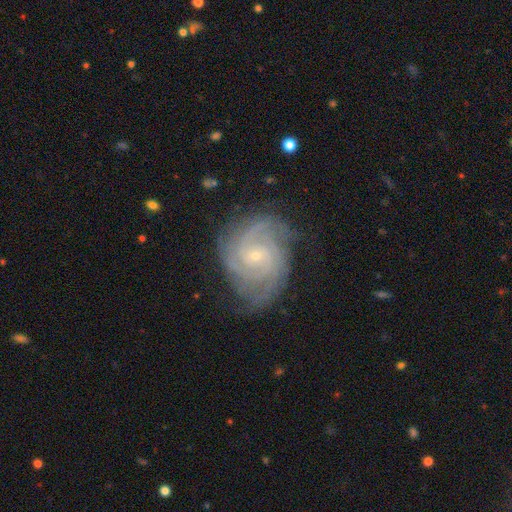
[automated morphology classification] Smooth or featured?
  - featured or disk: 89% *
  - star or artifact: 5%
  - smooth: 5%
Edge-on disk?
  - no: 98% *
  - yes: 2%
Bar?
  - no: 66% *
  - weak: 28%
  - strong: 6%
Spiral arms?
  - yes: 98% *
  - no: 2%
Spiral winding?
  - tight: 70% *
  - medium: 26%
  - loose: 4%
Spiral arm count?
  - 3: 27% *
  - 2: 22%
  - 4: 19%
  - can't tell: 18%
  - more than 4: 7%
  - 1: 6%
Bulge size?
  - small: 81% *
  - moderate: 15%
  - none: 2%
  - large: 1%
  - dominant: 1%
Merging?
  - none: 74% *
  - minor disturbance: 18%
  - major disturbance: 6%
  - merger: 1%